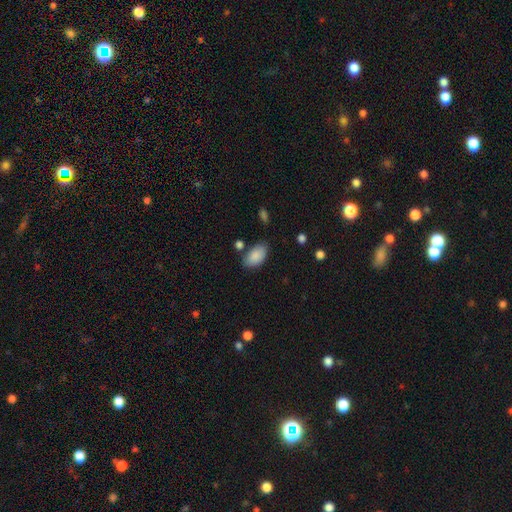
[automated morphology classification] smooth 87%, star or artifact 7%, featured or disk 6%. Down the decision tree: how rounded — in between (94%); merging — none (71%).